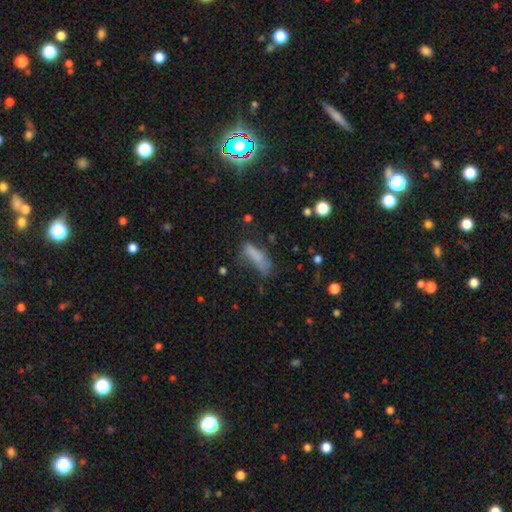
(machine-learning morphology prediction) Smooth or featured? Predicted: smooth (p=0.72). How rounded? Predicted: in between (p=0.52). Merging? Predicted: none (p=0.37).